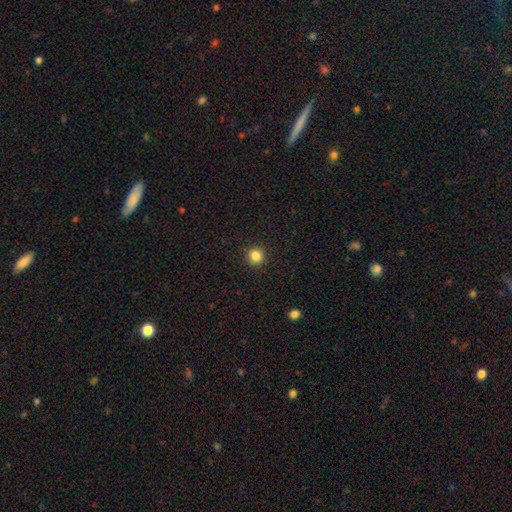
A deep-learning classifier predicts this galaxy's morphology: smooth_or_featured: smooth (p=0.85) [alt: star or artifact p=0.12]
how_rounded: round (p=0.94) [alt: in between p=0.05]
merging: none (p=0.91) [alt: minor disturbance p=0.06]